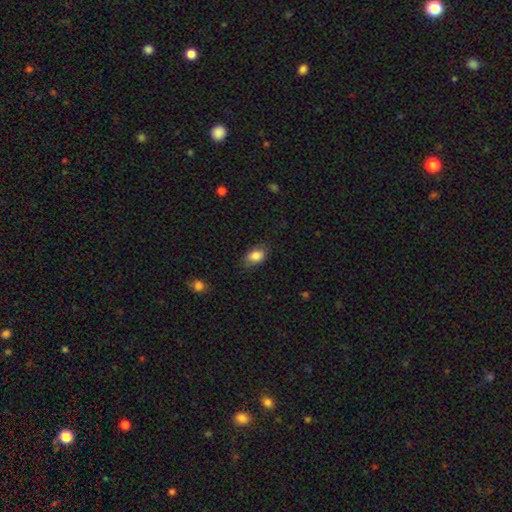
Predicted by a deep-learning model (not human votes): This appears to be a smooth galaxy with no disk features (84%) that is in between round and cigar-shaped (81%). Merging: none (74%).